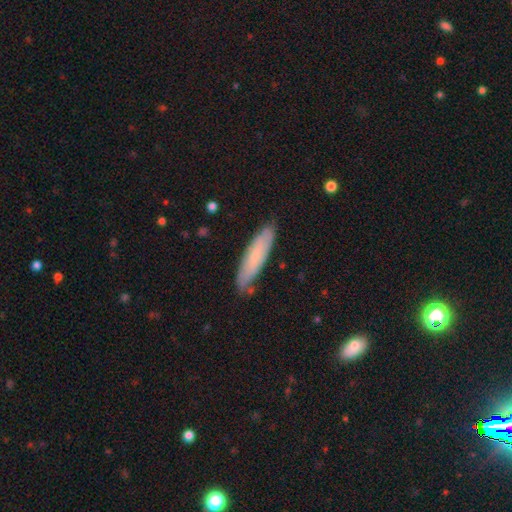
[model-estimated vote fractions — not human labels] Smooth or featured: smooth — 59% (featured or disk — 33%)
How rounded: cigar-shaped — 76% (in between — 23%)
Merging: none — 79% (minor disturbance — 16%)